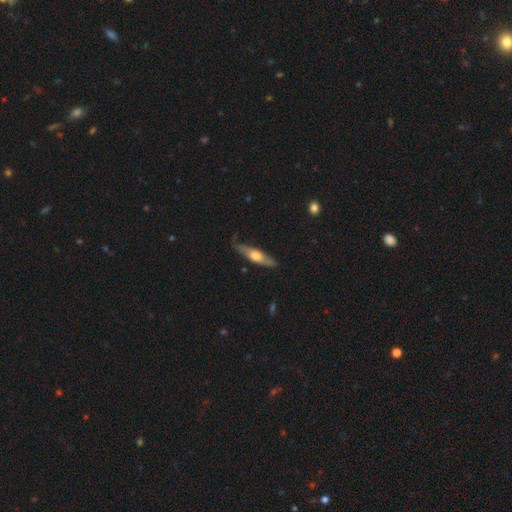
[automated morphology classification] smooth_or_featured: featured or disk (p=0.55) [alt: smooth p=0.40]
disk_edge_on: yes (p=0.82) [alt: no p=0.18]
merging: none (p=0.75) [alt: minor disturbance p=0.19]